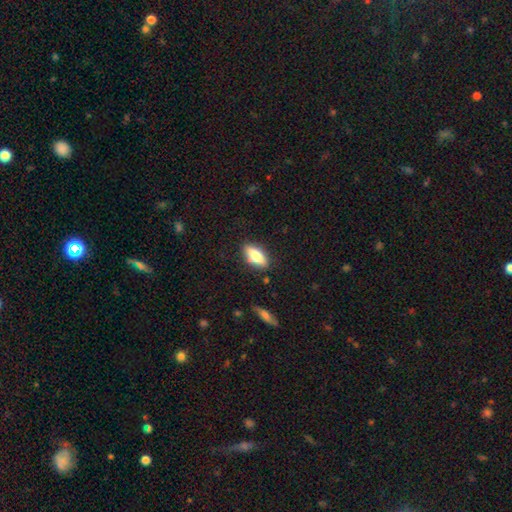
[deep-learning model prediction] Smooth or featured?
  - smooth: 73% *
  - featured or disk: 20%
  - star or artifact: 7%
How rounded?
  - in between: 81% *
  - cigar-shaped: 16%
  - round: 3%
Merging?
  - none: 82% *
  - minor disturbance: 13%
  - major disturbance: 3%
  - merger: 2%